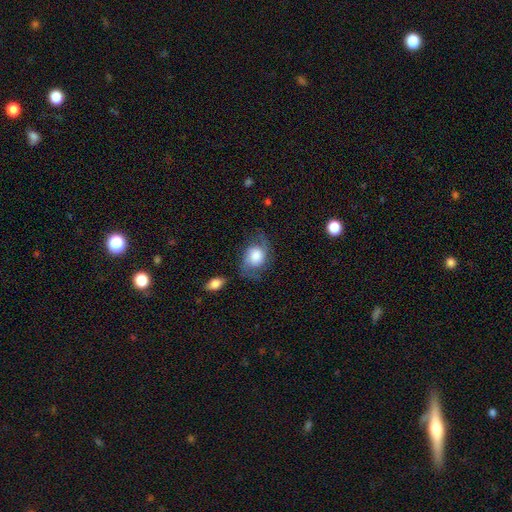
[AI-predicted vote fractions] The model was most divided on "smooth or featured": featured or disk: 52%, smooth: 40%, star or artifact: 8%. More confident: edge-on disk — no (96%); spiral arms — yes (86%); bar — no (72%); merging — none (56%); bulge size — large (51%).